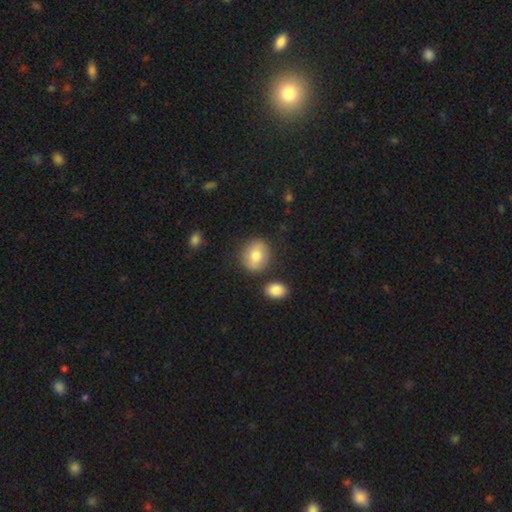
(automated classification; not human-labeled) A smooth galaxy with no disk features (78%) that is round (68%).

Vote fractions:
- Smooth or featured? smooth: 78% / featured or disk: 14% / star or artifact: 7%
- How rounded? round: 68% / in between: 31% / cigar-shaped: 1%
- Merging? none: 80% / minor disturbance: 12% / merger: 6% / major disturbance: 3%